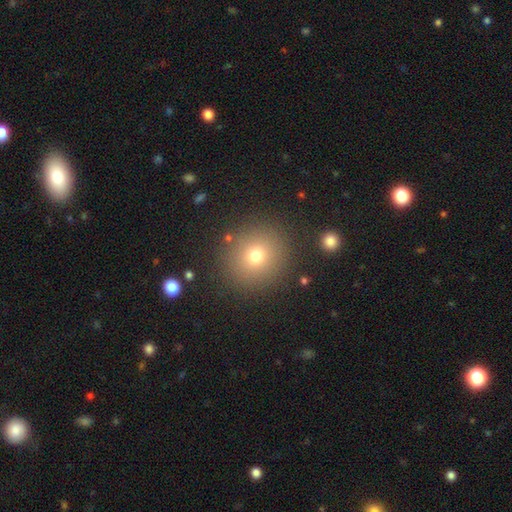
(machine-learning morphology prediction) smooth 72%, star or artifact 17%, featured or disk 11%. Down the decision tree: how rounded — round (89%); merging — none (88%).